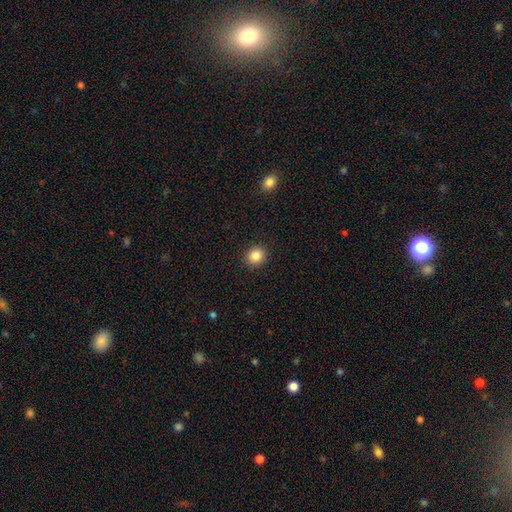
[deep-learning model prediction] Smooth or featured?
  - smooth: 85% *
  - star or artifact: 10%
  - featured or disk: 5%
How rounded?
  - round: 86% *
  - in between: 13%
  - cigar-shaped: 1%
Merging?
  - none: 92% *
  - minor disturbance: 6%
  - major disturbance: 2%
  - merger: 1%